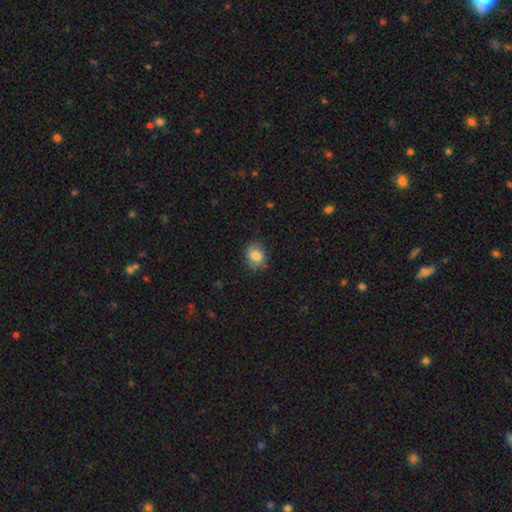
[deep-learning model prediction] A smooth galaxy with no disk features (81%) that is round (54%).

Vote fractions:
- Smooth or featured? smooth: 81% / featured or disk: 11% / star or artifact: 8%
- How rounded? round: 54% / in between: 45% / cigar-shaped: 1%
- Merging? none: 80% / minor disturbance: 15% / major disturbance: 4% / merger: 1%